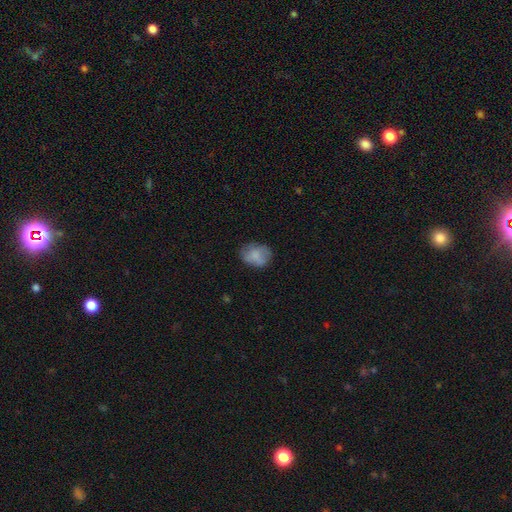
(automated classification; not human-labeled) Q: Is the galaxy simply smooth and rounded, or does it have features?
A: smooth — 75%.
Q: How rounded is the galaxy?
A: in between — 52%.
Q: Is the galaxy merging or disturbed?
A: none — 65%.